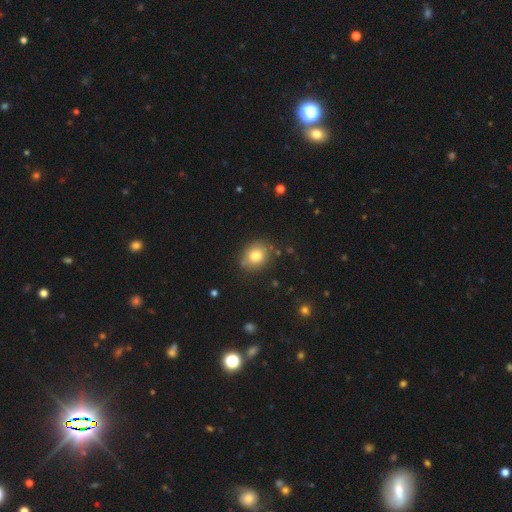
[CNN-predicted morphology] A smooth galaxy with no disk features (80%) that is round (64%).

Vote fractions:
- Smooth or featured? smooth: 80% / star or artifact: 10% / featured or disk: 9%
- How rounded? round: 64% / in between: 35% / cigar-shaped: 1%
- Merging? none: 79% / minor disturbance: 14% / merger: 4% / major disturbance: 3%